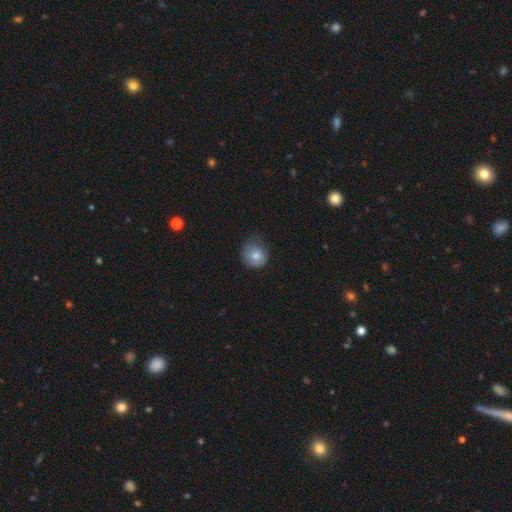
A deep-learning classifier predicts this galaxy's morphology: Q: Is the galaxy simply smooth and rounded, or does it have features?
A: smooth — 75%.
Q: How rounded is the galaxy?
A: round — 77%.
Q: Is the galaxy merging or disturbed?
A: none — 59%.